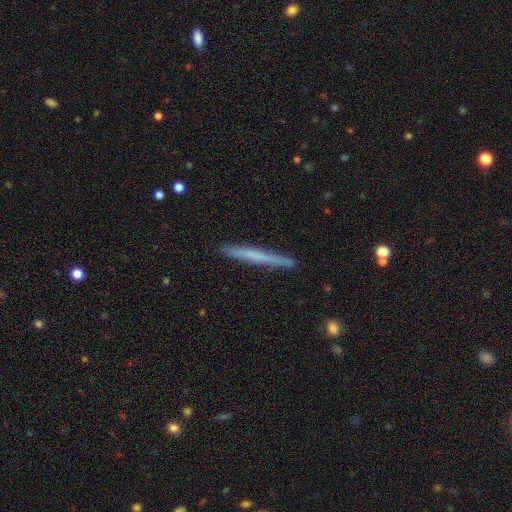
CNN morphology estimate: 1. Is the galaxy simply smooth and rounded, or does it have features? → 52% smooth, 42% featured or disk, 6% star or artifact.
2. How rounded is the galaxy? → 97% cigar-shaped, 2% in between, 1% round.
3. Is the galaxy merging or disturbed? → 90% none, 7% minor disturbance, 1% major disturbance, 1% merger.